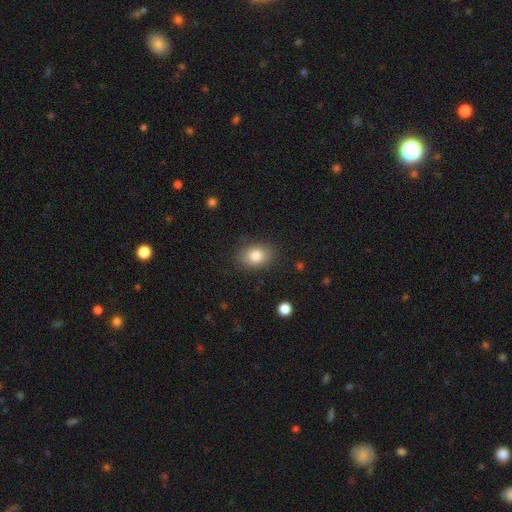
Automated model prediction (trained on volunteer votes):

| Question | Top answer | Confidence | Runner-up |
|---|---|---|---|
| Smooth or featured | smooth | 82% | star or artifact (9%) |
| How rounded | in between | 70% | round (29%) |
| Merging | none | 85% | minor disturbance (11%) |